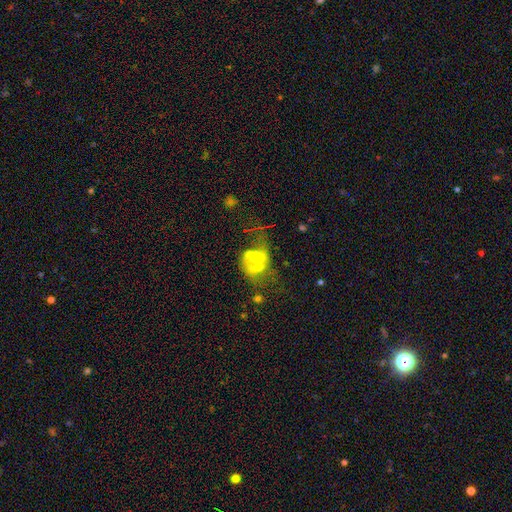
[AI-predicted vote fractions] This appears to be a featured or disk galaxy (56%) with no bar (65%), no spiral arms (51%) and a moderate central bulge (53%). Merging: merger (61%).